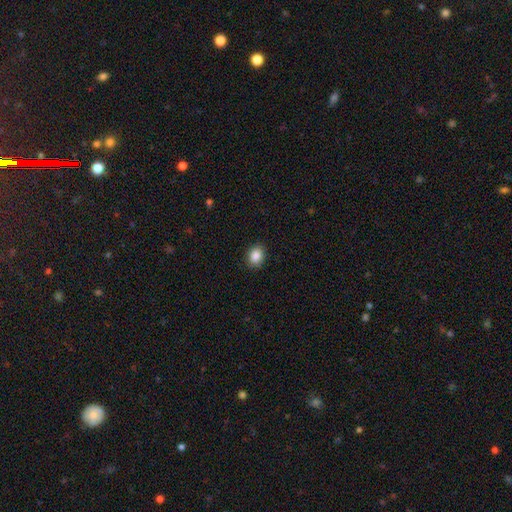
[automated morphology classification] smooth 88%, star or artifact 8%, featured or disk 4%. Down the decision tree: how rounded — in between (57%); merging — none (89%).